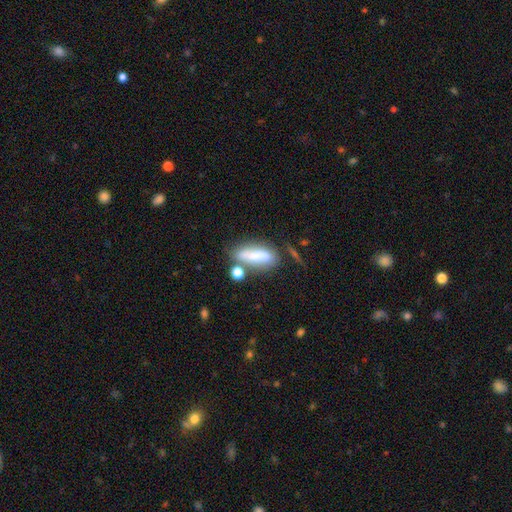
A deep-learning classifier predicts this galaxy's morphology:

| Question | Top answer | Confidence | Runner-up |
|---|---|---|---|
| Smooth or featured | smooth | 67% | featured or disk (24%) |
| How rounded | in between | 54% | cigar-shaped (42%) |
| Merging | none | 51% | minor disturbance (20%) |